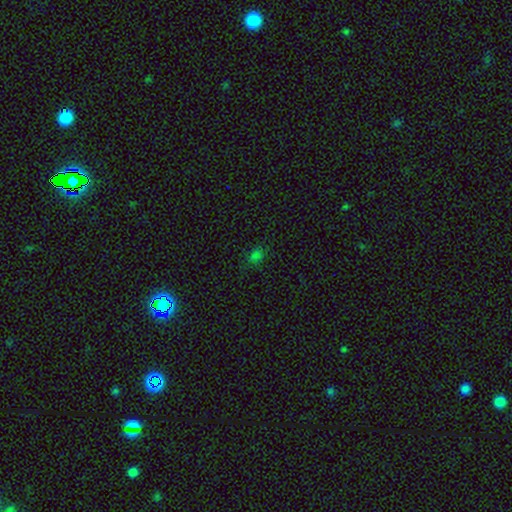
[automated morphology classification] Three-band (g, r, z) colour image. It shows a smooth galaxy with no disk features (63%) that is in between round and cigar-shaped (64%). Merging: none (77%).